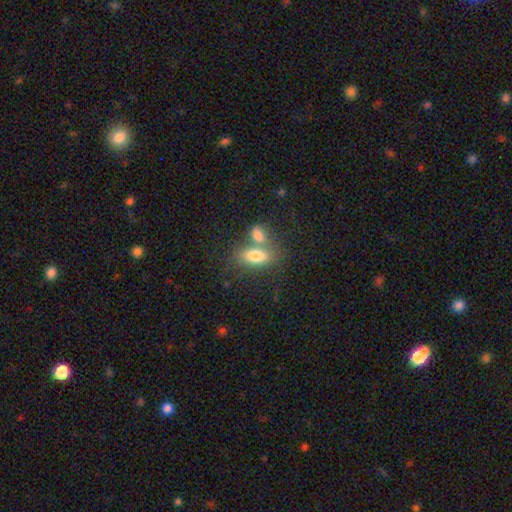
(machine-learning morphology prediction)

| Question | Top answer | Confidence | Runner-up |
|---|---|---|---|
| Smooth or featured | smooth | 78% | featured or disk (14%) |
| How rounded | in between | 85% | cigar-shaped (9%) |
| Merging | merger | 47% | none (38%) |